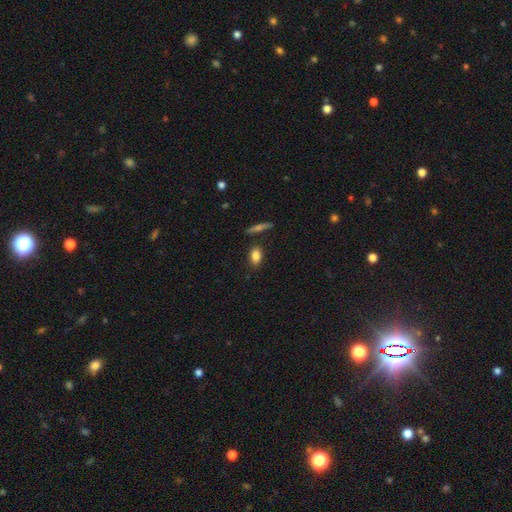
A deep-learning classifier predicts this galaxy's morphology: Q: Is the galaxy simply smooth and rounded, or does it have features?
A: smooth — 84%.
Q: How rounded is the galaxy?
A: in between — 82%.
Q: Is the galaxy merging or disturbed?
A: none — 81%.